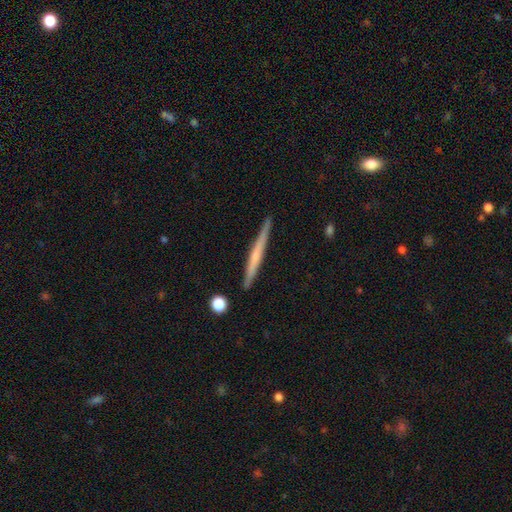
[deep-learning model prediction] Morphology: type=featured or disk (52%); edge-on=yes (97%); edge-on bulge=none (71%); merging=none (89%).